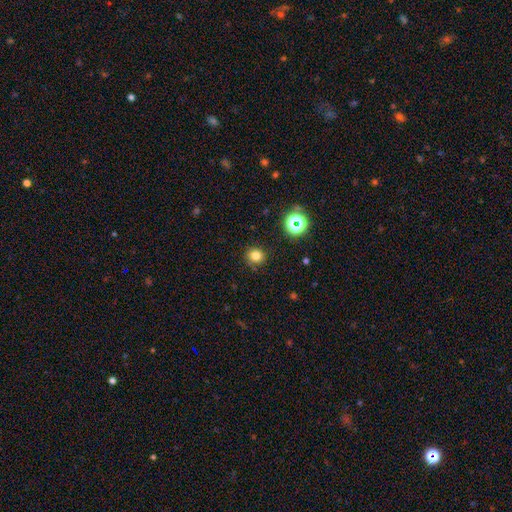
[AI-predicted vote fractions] This is likely a smooth galaxy (77%). How rounded: clearly round (87%). Merging: clearly none (88%).